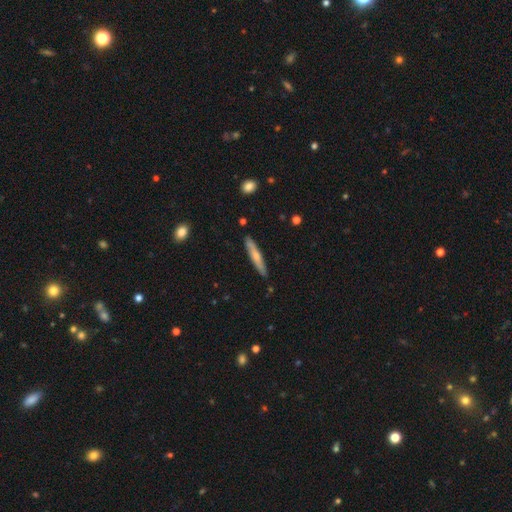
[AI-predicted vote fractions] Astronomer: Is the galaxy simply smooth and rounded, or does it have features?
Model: smooth — 57% (runner-up: featured or disk, 37%).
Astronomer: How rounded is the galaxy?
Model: cigar-shaped — 93%.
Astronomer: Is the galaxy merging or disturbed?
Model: none — 87%.